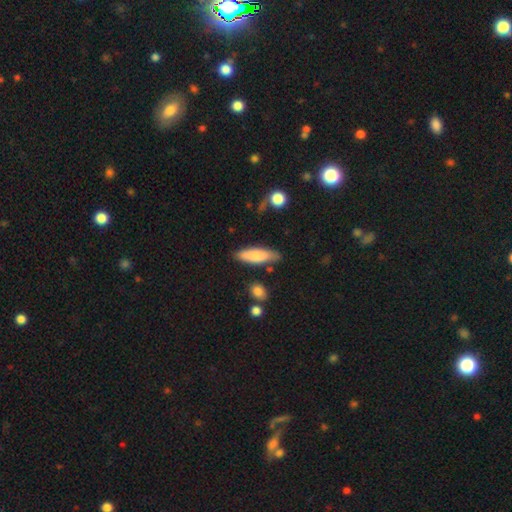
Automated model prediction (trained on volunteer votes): Smooth or featured? Predicted: smooth (p=0.79). How rounded? Predicted: cigar-shaped (p=0.57). Merging? Predicted: none (p=0.77).